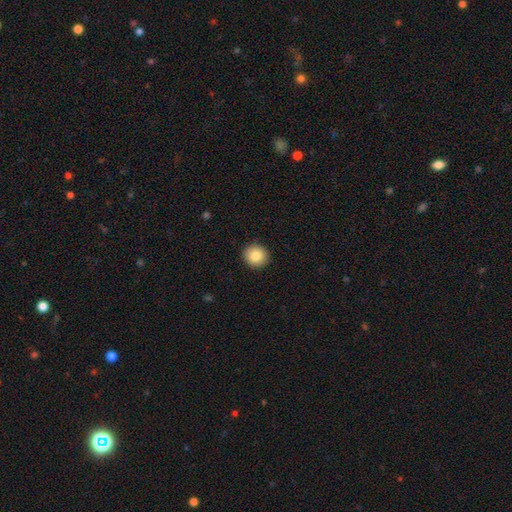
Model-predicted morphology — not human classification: A smooth galaxy with no disk features (85%) that is round (90%).

Vote fractions:
- Smooth or featured? smooth: 85% / star or artifact: 9% / featured or disk: 7%
- How rounded? round: 90% / in between: 9% / cigar-shaped: 1%
- Merging? none: 92% / minor disturbance: 5% / major disturbance: 2% / merger: 1%